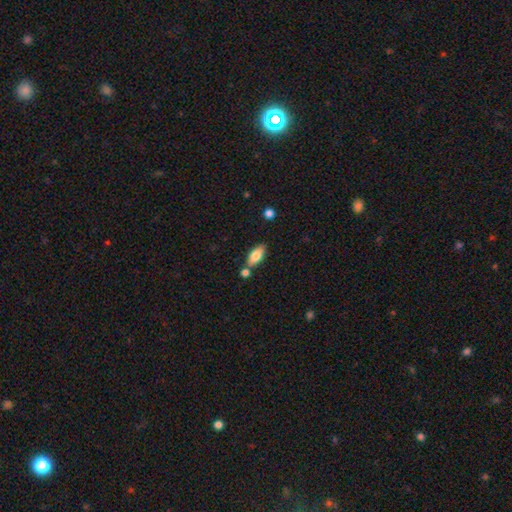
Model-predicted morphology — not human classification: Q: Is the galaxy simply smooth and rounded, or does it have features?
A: smooth — 77%.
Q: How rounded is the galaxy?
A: in between — 82%.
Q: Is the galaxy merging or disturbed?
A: none — 67%.